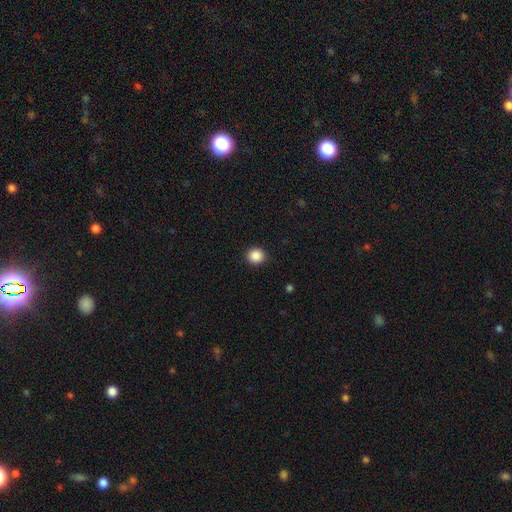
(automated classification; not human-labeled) Smooth or featured? Predicted: smooth (p=0.88). How rounded? Predicted: round (p=0.90). Merging? Predicted: none (p=0.91).